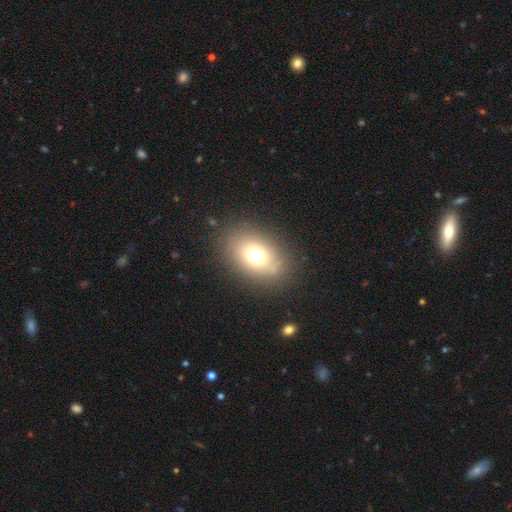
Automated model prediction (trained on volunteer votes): Smooth or featured? smooth (69%)
How rounded? in between (66%)
Merging? none (81%)